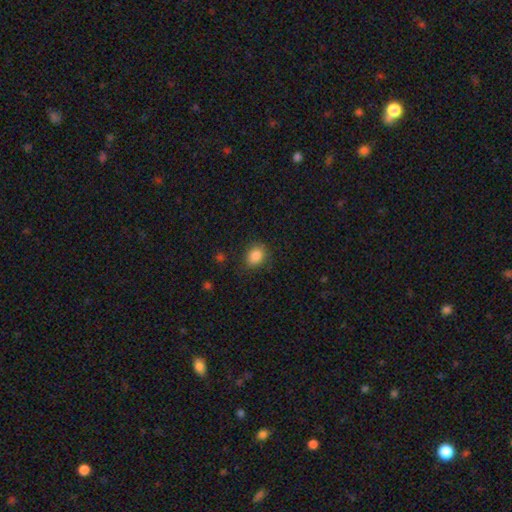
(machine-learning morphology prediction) type=smooth (86%); roundness=round (52%); merging=none (81%).